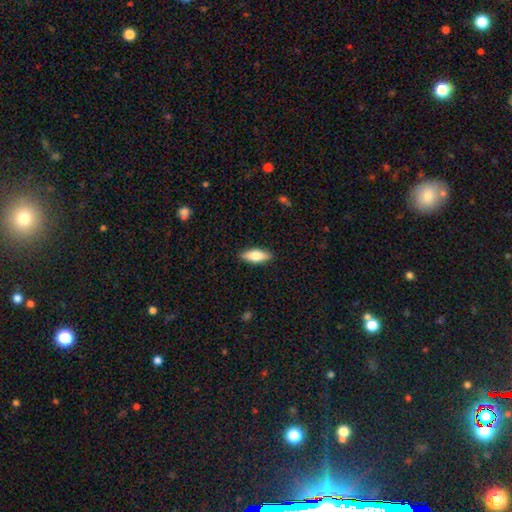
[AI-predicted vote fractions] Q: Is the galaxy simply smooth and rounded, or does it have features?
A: smooth — 70%.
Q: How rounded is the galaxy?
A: in between — 72%.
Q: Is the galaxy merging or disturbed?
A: none — 89%.